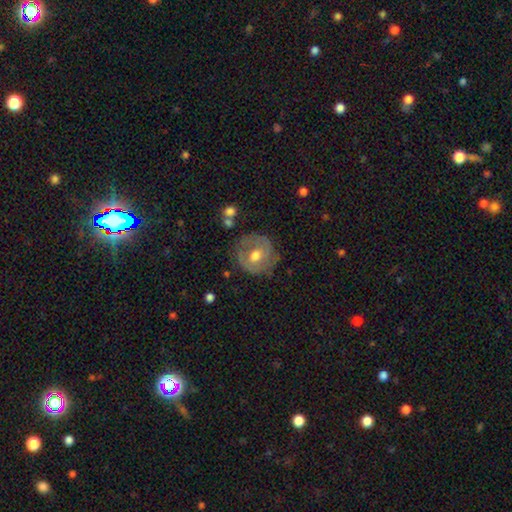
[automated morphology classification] Smooth or featured?
  - featured or disk: 56% *
  - smooth: 38%
  - star or artifact: 7%
Edge-on disk?
  - no: 96% *
  - yes: 4%
Bar?
  - no: 68% *
  - weak: 26%
  - strong: 6%
Spiral arms?
  - yes: 53% *
  - no: 47%
Bulge size?
  - moderate: 77% *
  - large: 14%
  - small: 7%
  - none: 1%
  - dominant: 1%
Merging?
  - none: 66% *
  - minor disturbance: 22%
  - major disturbance: 9%
  - merger: 2%